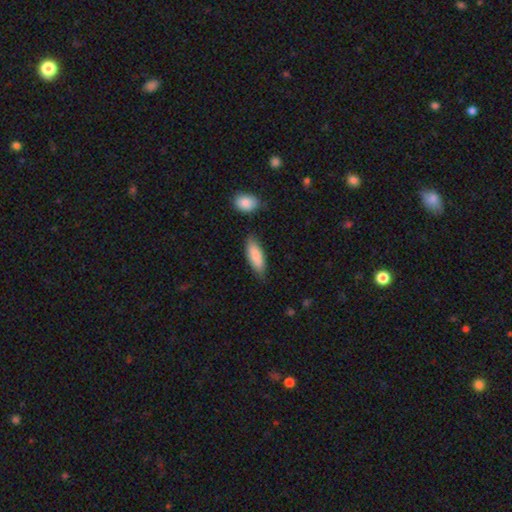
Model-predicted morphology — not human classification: Smooth or featured? Predicted: smooth (p=0.84). How rounded? Predicted: in between (p=0.65). Merging? Predicted: none (p=0.74).